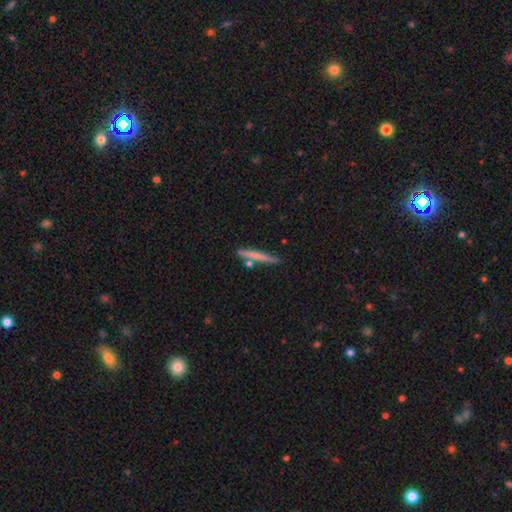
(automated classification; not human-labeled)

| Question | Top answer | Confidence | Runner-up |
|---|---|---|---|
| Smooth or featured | smooth | 63% | featured or disk (31%) |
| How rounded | cigar-shaped | 95% | in between (3%) |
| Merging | none | 79% | minor disturbance (11%) |